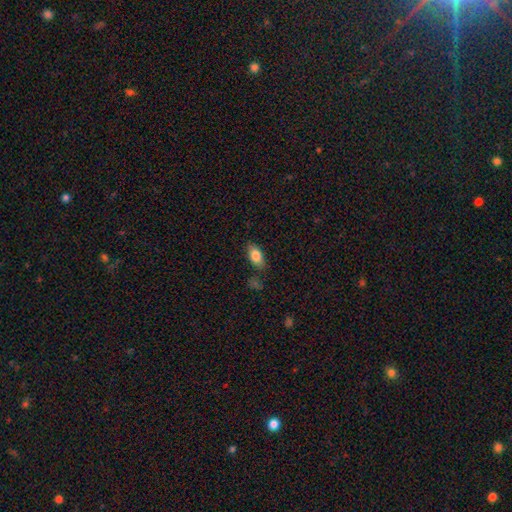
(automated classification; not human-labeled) This appears to be a smooth galaxy with no disk features (83%) that is in between round and cigar-shaped (89%). Merging: none (78%).